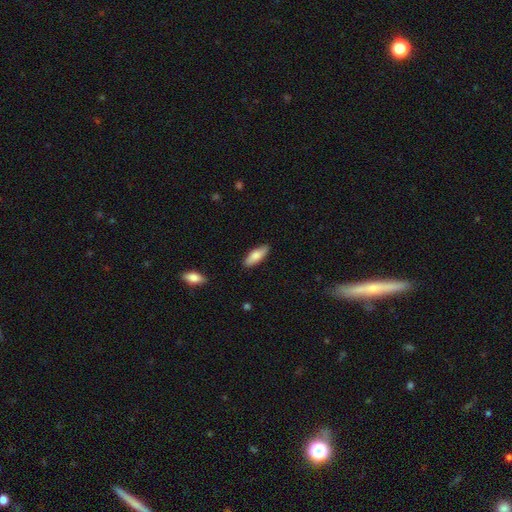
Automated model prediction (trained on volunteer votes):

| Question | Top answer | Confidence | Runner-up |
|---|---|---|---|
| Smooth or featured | smooth | 79% | featured or disk (15%) |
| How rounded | in between | 64% | cigar-shaped (34%) |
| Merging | none | 85% | minor disturbance (11%) |